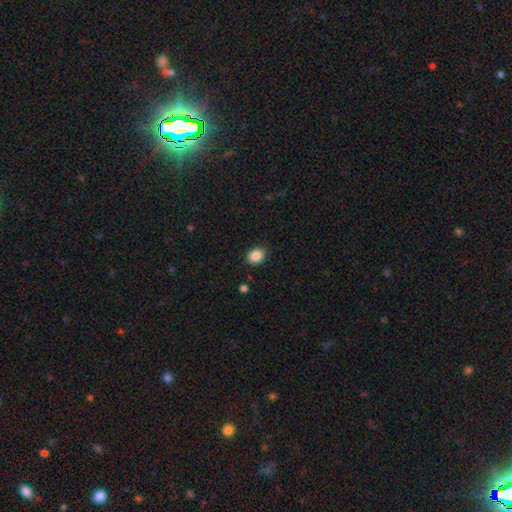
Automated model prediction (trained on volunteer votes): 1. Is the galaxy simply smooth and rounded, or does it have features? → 87% smooth, 9% star or artifact, 4% featured or disk.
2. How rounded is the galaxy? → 52% round, 47% in between, 1% cigar-shaped.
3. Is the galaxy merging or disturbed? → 87% none, 9% minor disturbance, 2% major disturbance, 1% merger.